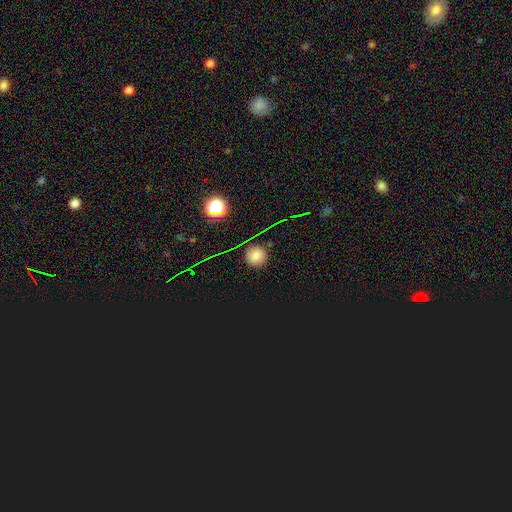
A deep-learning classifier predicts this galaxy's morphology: A smooth galaxy with no disk features (72%) that is round (92%).

Vote fractions:
- Smooth or featured? smooth: 72% / star or artifact: 21% / featured or disk: 7%
- How rounded? round: 92% / in between: 7% / cigar-shaped: 1%
- Merging? none: 87% / minor disturbance: 9% / major disturbance: 3% / merger: 2%